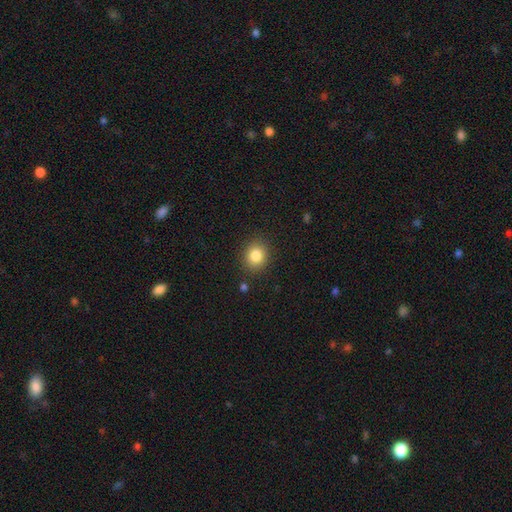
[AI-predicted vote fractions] Overall: smooth (84%). How rounded: round (76%). Merging: none (87%).